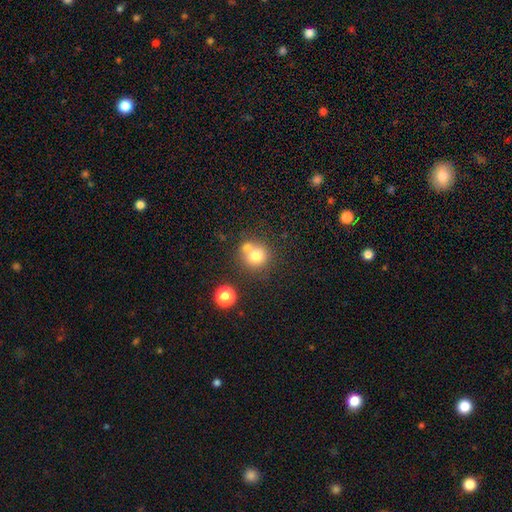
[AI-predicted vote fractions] smooth-or-featured: smooth: 75% | featured or disk: 13% | star or artifact: 12%
  how-rounded: round: 88% | in between: 11% | cigar-shaped: 1%
  merging: none: 51% | merger: 37% | minor disturbance: 8% | major disturbance: 3%